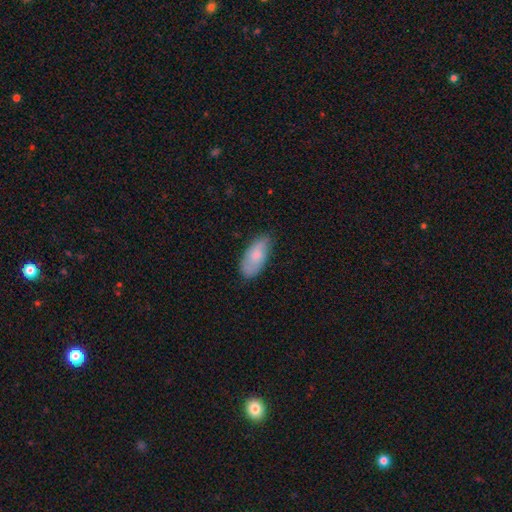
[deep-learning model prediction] This appears to be a smooth galaxy with no disk features (75%) that is in between round and cigar-shaped (89%). Merging: none (73%).